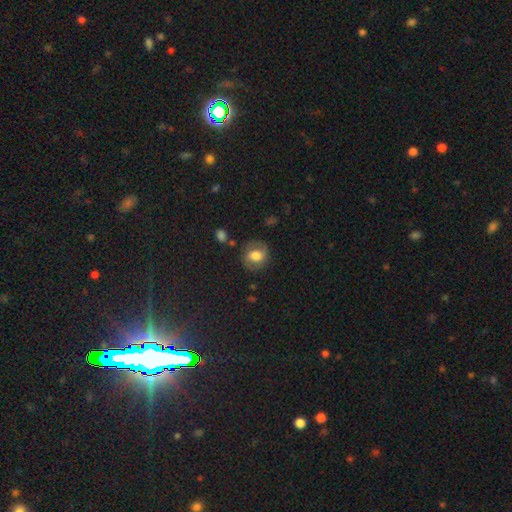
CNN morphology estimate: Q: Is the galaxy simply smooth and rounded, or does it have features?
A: smooth — 56%.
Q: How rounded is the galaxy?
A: round — 66%.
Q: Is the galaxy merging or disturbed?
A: none — 75%.